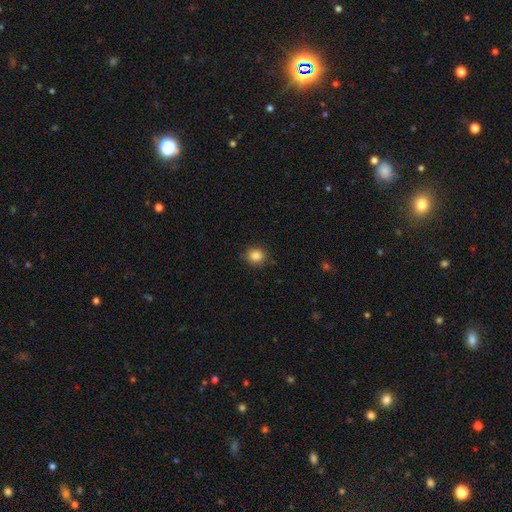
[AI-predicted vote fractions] Overall: smooth (85%). How rounded: round (84%). Merging: none (89%).